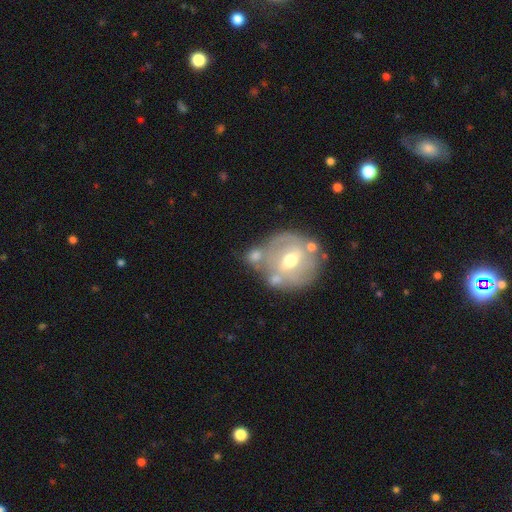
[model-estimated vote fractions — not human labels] Smooth or featured? Predicted: smooth (p=0.47). Merging? Predicted: none (p=0.44).